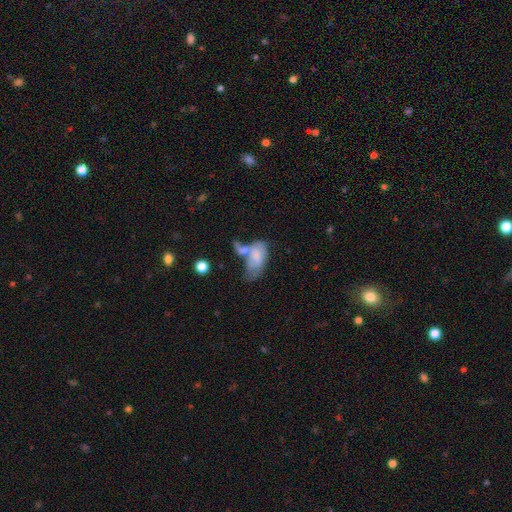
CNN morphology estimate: The model was most divided on "merging": merger: 48%, major disturbance: 23%, none: 15%, minor disturbance: 14%. More confident: how rounded — in between (92%); smooth or featured — smooth (62%).